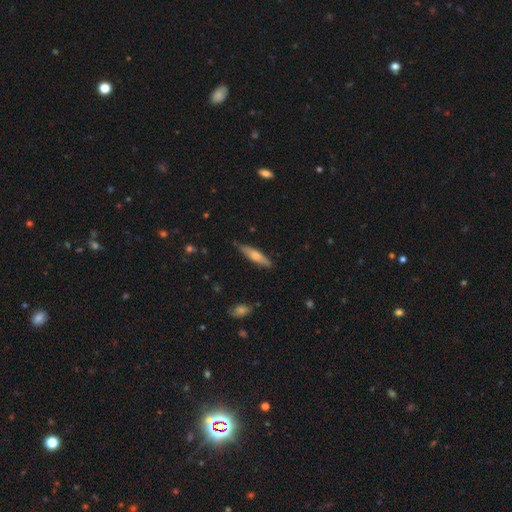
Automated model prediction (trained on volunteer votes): Smooth or featured?
  - smooth: 59% *
  - featured or disk: 35%
  - star or artifact: 6%
How rounded?
  - cigar-shaped: 80% *
  - in between: 18%
  - round: 2%
Merging?
  - none: 82% *
  - minor disturbance: 14%
  - major disturbance: 2%
  - merger: 2%